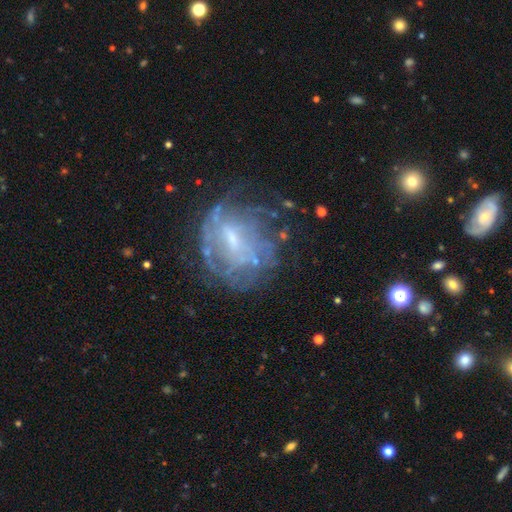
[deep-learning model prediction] A featured or disk galaxy (67%) with a weak bar (44%), spiral arms (64%) and a small central bulge (58%). Merging: none (64%).